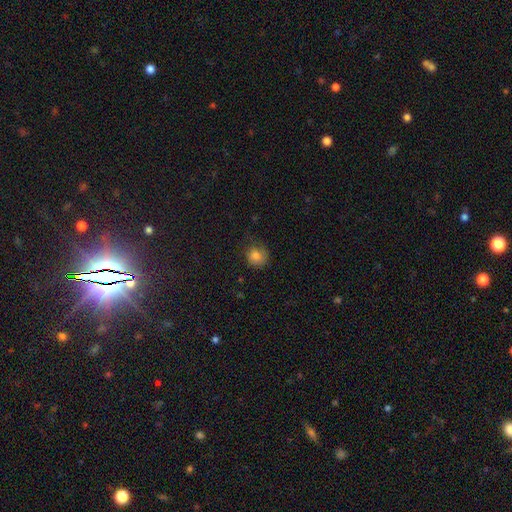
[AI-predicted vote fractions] smooth_or_featured: smooth (p=0.82) [alt: star or artifact p=0.11]
how_rounded: round (p=0.87) [alt: in between p=0.12]
merging: none (p=0.66) [alt: minor disturbance p=0.24]